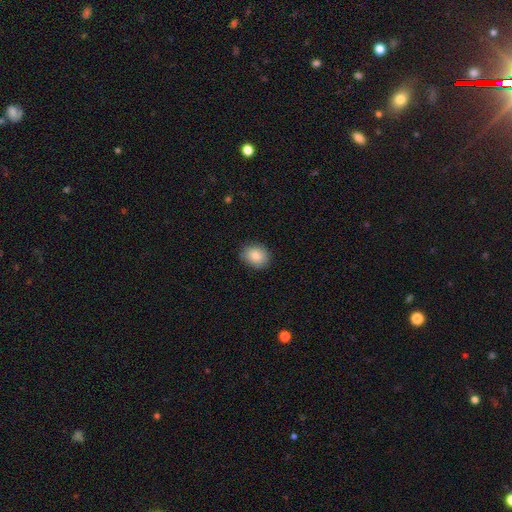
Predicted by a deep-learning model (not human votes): smooth 84%, star or artifact 8%, featured or disk 7%. Down the decision tree: how rounded — round (54%); merging — none (85%).